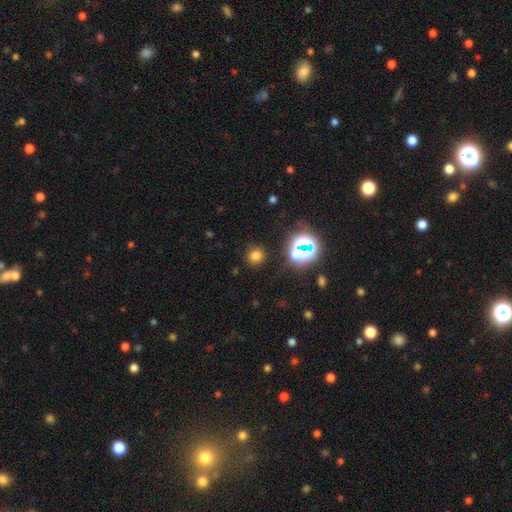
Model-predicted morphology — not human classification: The model was most divided on "smooth or featured": smooth: 70%, star or artifact: 24%, featured or disk: 6%. More confident: how rounded — round (91%); merging — none (87%).